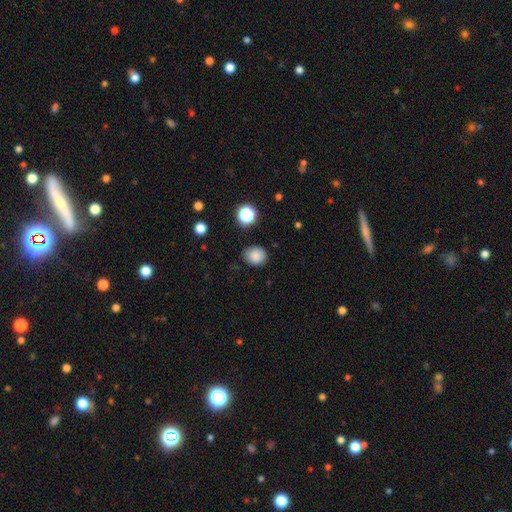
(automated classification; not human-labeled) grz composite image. It shows a smooth galaxy with no disk features (84%) that is round (65%). Merging: none (83%).